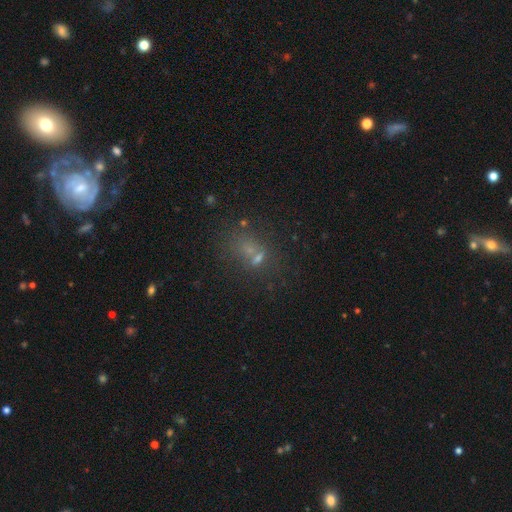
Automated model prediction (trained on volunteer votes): smooth-or-featured: smooth: 44% | star or artifact: 34% | featured or disk: 23%
  merging: none: 43% | merger: 36% | minor disturbance: 11% | major disturbance: 10%